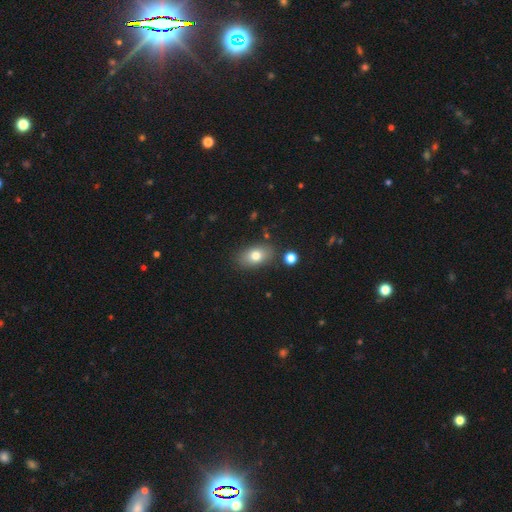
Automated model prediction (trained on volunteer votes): A smooth galaxy with no disk features (77%) that is in between round and cigar-shaped (85%). Merging: none (82%).